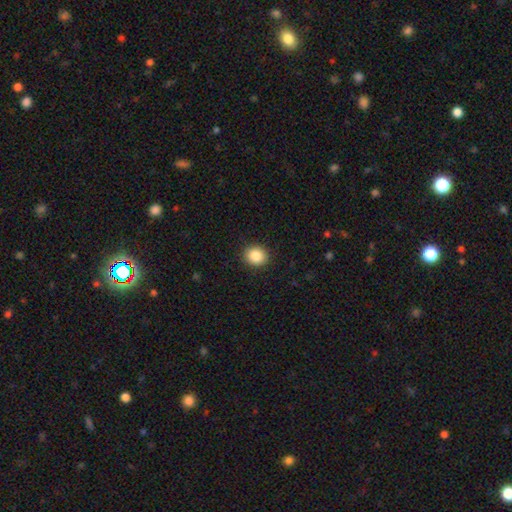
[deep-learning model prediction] Smooth or featured? Predicted: smooth (p=0.87). How rounded? Predicted: round (p=0.79). Merging? Predicted: none (p=0.91).